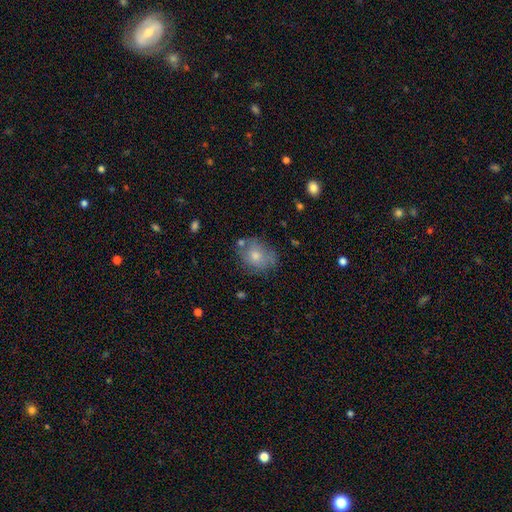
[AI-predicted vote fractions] Smooth or featured? smooth (63%)
How rounded? round (58%)
Merging? none (69%)